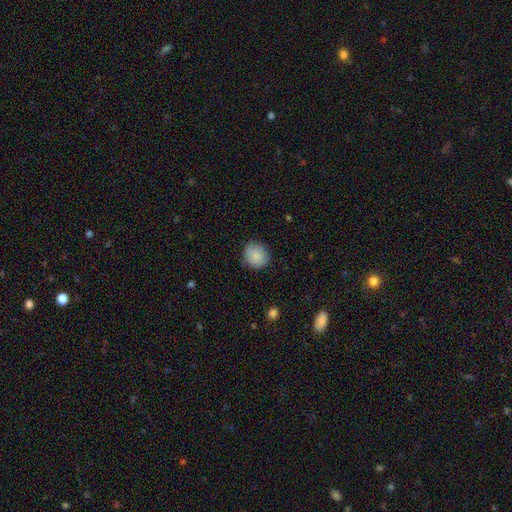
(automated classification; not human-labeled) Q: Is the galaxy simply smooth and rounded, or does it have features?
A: smooth — 85%.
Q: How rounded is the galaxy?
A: round — 84%.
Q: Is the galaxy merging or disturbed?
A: none — 81%.